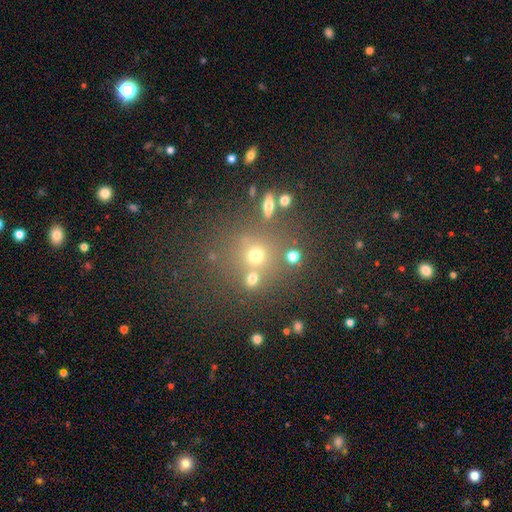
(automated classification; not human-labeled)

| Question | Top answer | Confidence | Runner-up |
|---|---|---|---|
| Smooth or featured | smooth | 60% | star or artifact (27%) |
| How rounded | round | 84% | in between (14%) |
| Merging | none | 65% | merger (20%) |